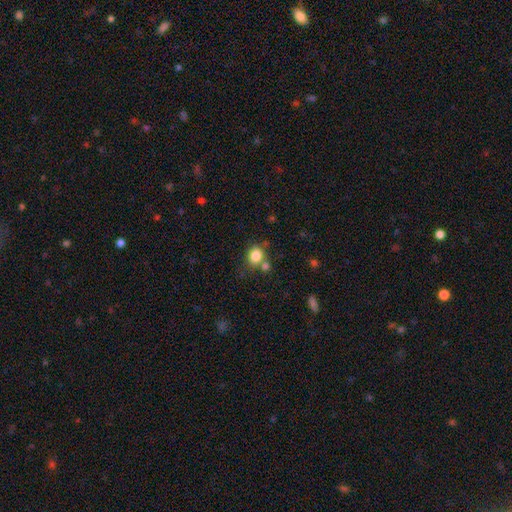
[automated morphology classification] Smooth or featured: smooth — 83% (star or artifact — 10%)
How rounded: round — 63% (in between — 36%)
Merging: none — 61% (merger — 20%)